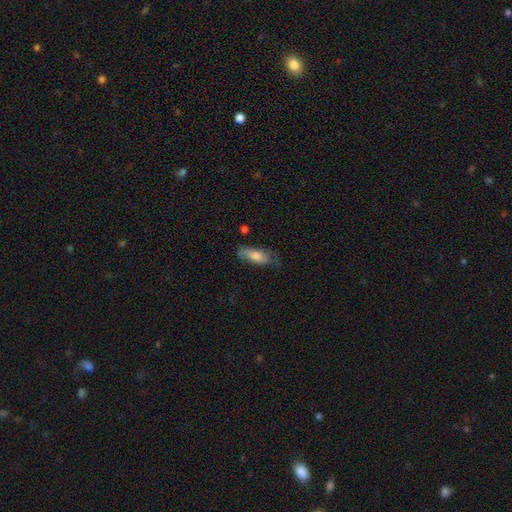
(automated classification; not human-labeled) Overall: smooth (72%). How rounded: in between (63%; cigar-shaped 35%). Merging: none (63%; minor disturbance 27%).